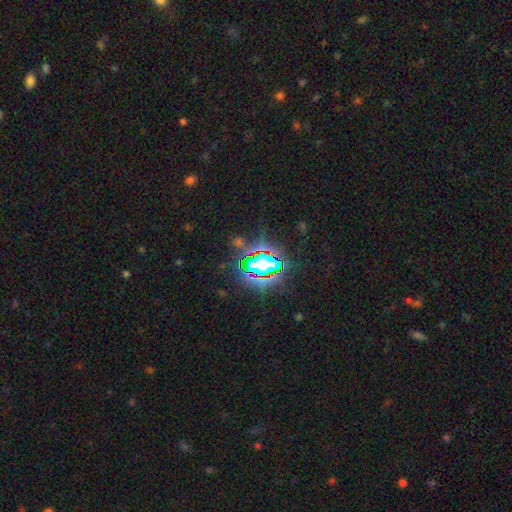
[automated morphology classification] Overall: star or artifact (81%).